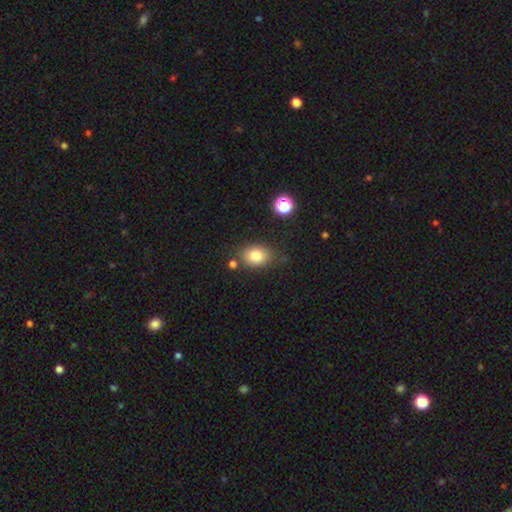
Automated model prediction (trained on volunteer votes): smooth-or-featured: smooth: 81% | star or artifact: 10% | featured or disk: 9%
  how-rounded: in between: 70% | round: 29% | cigar-shaped: 1%
  merging: none: 78% | minor disturbance: 13% | merger: 6% | major disturbance: 4%